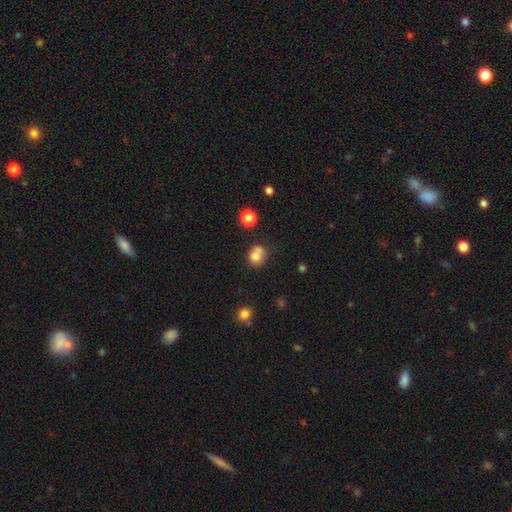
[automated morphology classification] Smooth or featured?
  - smooth: 74% *
  - featured or disk: 14%
  - star or artifact: 12%
How rounded?
  - round: 75% *
  - in between: 24%
  - cigar-shaped: 1%
Merging?
  - merger: 44% *
  - none: 41%
  - minor disturbance: 11%
  - major disturbance: 5%